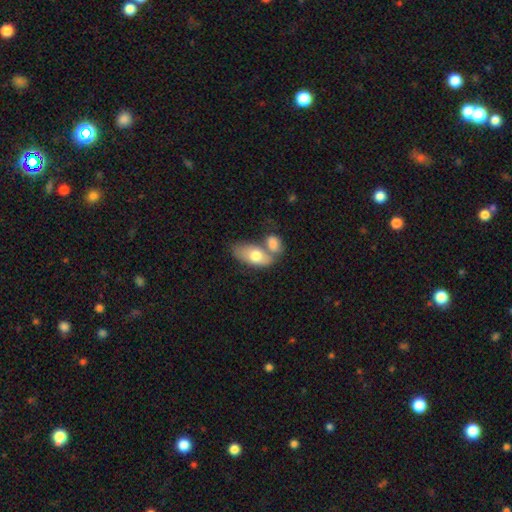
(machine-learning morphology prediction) Smooth or featured? smooth (71%)
How rounded? in between (90%)
Merging? merger (52%)